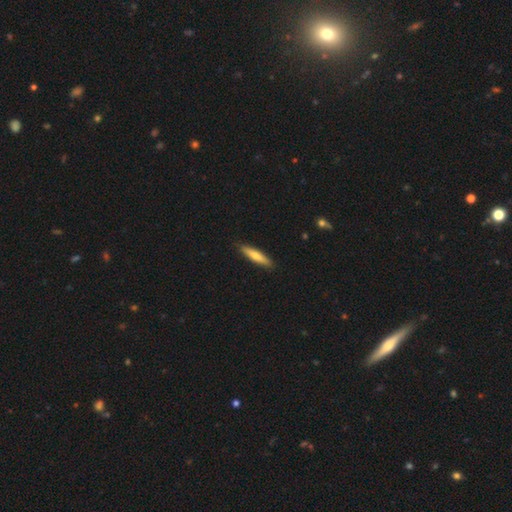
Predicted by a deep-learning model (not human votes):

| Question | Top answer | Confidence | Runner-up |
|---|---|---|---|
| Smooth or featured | smooth | 69% | featured or disk (26%) |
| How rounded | cigar-shaped | 84% | in between (15%) |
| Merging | none | 90% | minor disturbance (8%) |